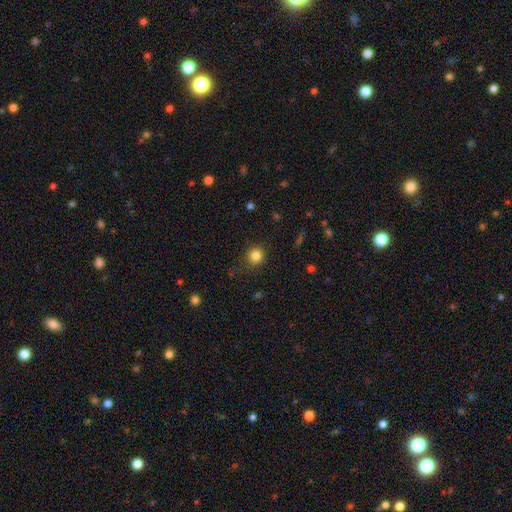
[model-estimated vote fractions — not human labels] smooth-or-featured: smooth: 83% | star or artifact: 12% | featured or disk: 5%
  how-rounded: round: 91% | in between: 8% | cigar-shaped: 1%
  merging: none: 85% | minor disturbance: 11% | major disturbance: 3% | merger: 1%